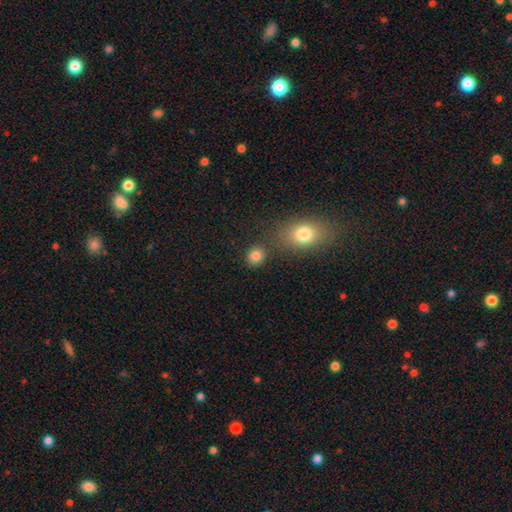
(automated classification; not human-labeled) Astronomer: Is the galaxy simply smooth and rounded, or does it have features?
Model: smooth — 83%.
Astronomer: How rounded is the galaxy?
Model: round — 81%.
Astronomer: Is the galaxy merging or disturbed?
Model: none — 77%.